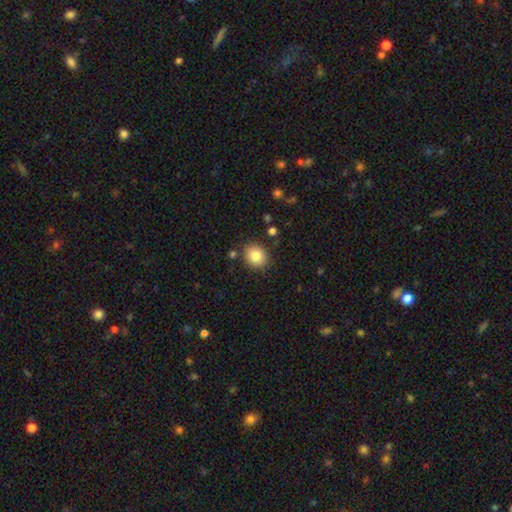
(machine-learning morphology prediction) This appears to be a smooth galaxy with no disk features (84%) that is round (66%). Merging: none (86%).